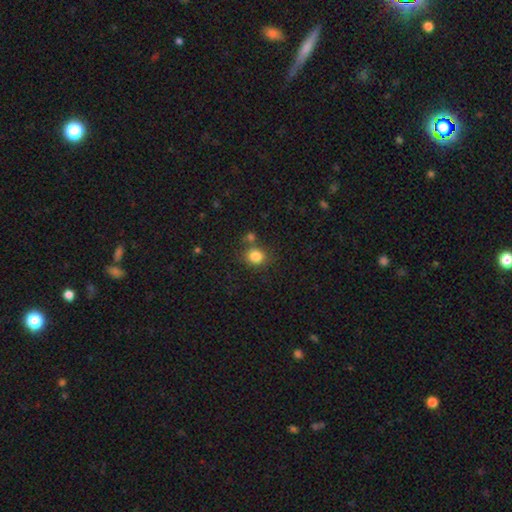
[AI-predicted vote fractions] A smooth galaxy with no disk features (83%) that is round (74%). Merging: none (72%).